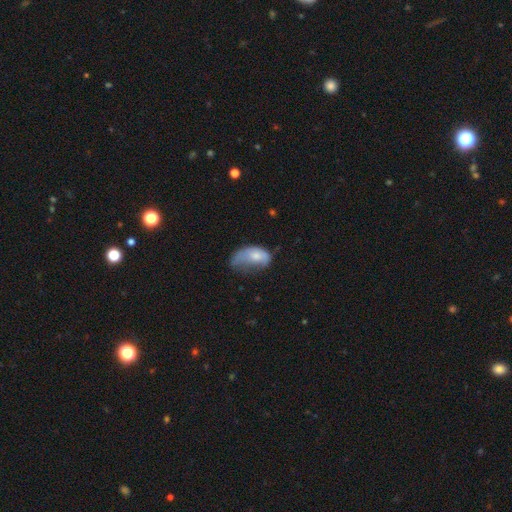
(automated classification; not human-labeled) Smooth or featured? smooth (65%)
How rounded? in between (90%)
Merging? major disturbance (49%)